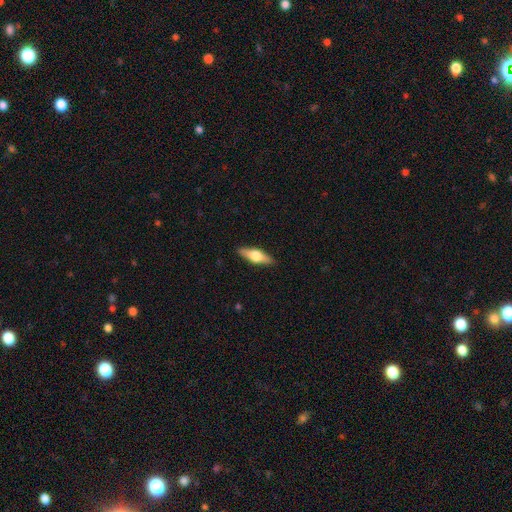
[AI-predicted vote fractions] Overall: featured or disk (49%; smooth 45%). Merging: none (89%).